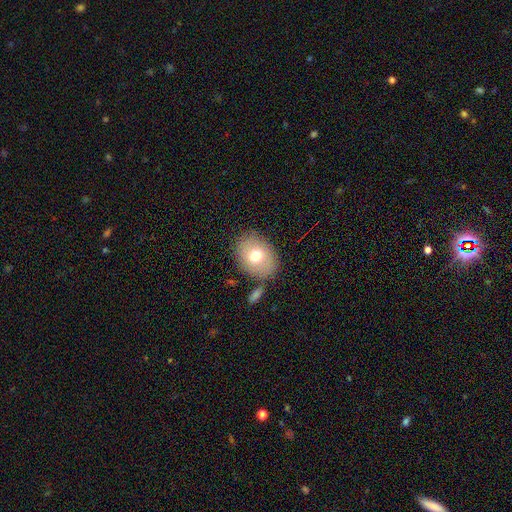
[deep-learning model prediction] Morphology: type=smooth (71%); roundness=in between (61%); merging=none (74%).